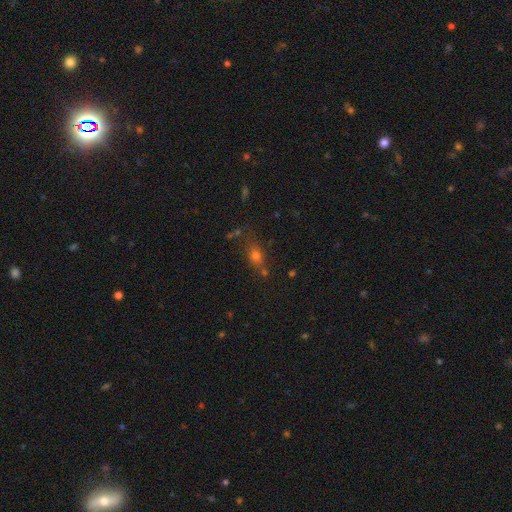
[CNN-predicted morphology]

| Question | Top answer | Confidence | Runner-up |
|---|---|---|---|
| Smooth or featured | smooth | 65% | star or artifact (21%) |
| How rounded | in between | 54% | round (38%) |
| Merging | none | 65% | minor disturbance (16%) |